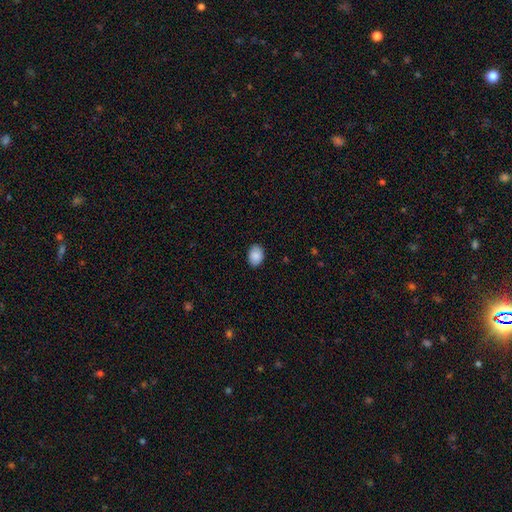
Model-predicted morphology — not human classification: smooth-or-featured: smooth: 89% | star or artifact: 7% | featured or disk: 4%
  how-rounded: in between: 74% | round: 25% | cigar-shaped: 1%
  merging: none: 89% | minor disturbance: 9% | major disturbance: 2% | merger: 1%